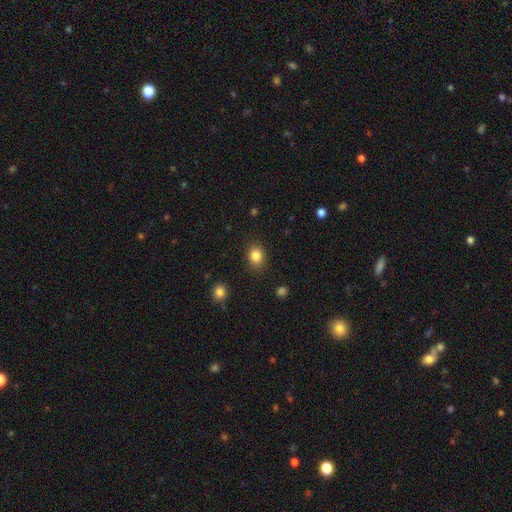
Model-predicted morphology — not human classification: Smooth or featured?
  - smooth: 85% *
  - star or artifact: 10%
  - featured or disk: 6%
How rounded?
  - in between: 50% *
  - round: 49%
  - cigar-shaped: 1%
Merging?
  - none: 86% *
  - minor disturbance: 10%
  - major disturbance: 3%
  - merger: 1%